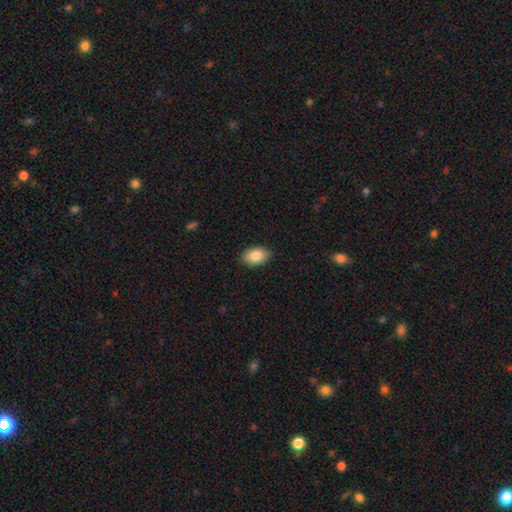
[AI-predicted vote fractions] A smooth galaxy with no disk features (86%) that is in between round and cigar-shaped (91%). Merging: none (88%).